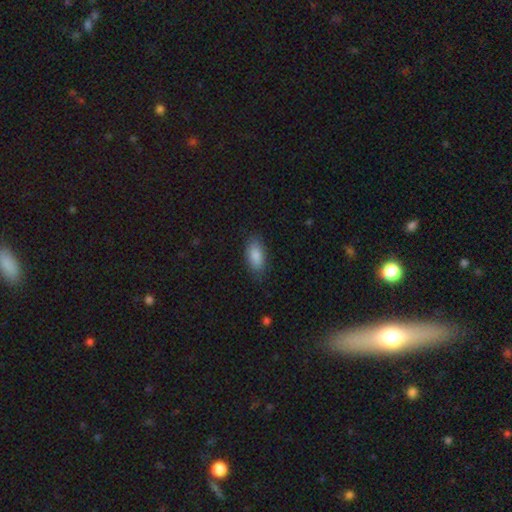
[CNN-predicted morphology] The model was most divided on "merging": none: 81%, minor disturbance: 14%, major disturbance: 4%, merger: 1%. More confident: how rounded — in between (90%); smooth or featured — smooth (87%).